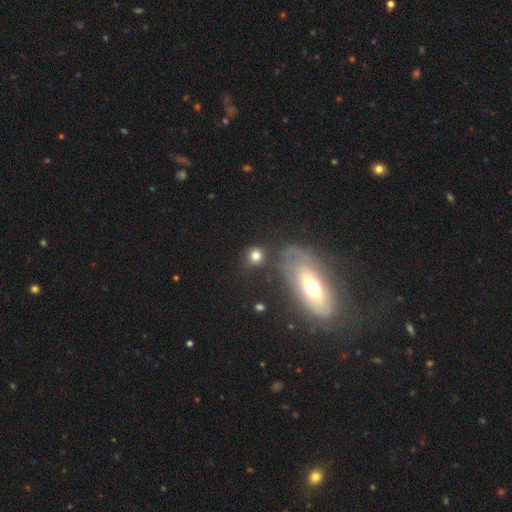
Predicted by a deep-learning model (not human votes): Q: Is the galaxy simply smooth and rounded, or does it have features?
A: smooth — 75%.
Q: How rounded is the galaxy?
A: round — 82%.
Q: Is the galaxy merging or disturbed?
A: none — 68%.